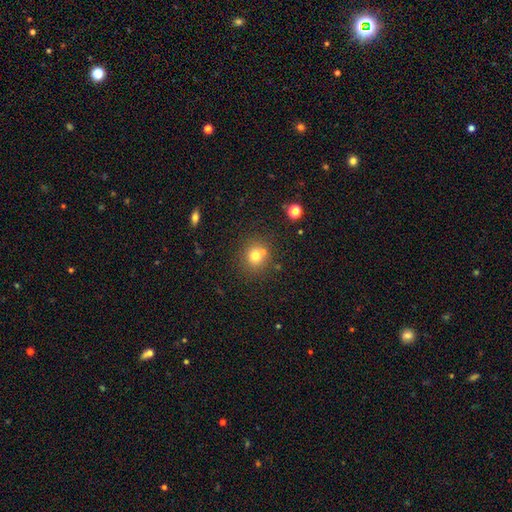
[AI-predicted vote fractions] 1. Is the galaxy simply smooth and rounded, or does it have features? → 75% smooth, 15% star or artifact, 11% featured or disk.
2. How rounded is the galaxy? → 86% round, 13% in between, 1% cigar-shaped.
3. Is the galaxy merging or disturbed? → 69% none, 18% merger, 10% minor disturbance, 3% major disturbance.